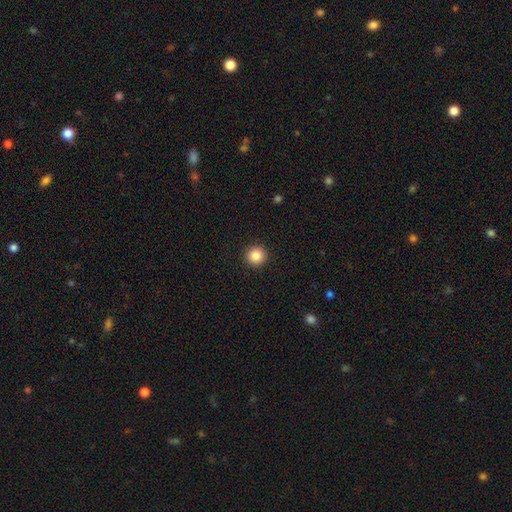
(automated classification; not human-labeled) This is clearly a smooth galaxy (86%). How rounded: clearly round (95%). Merging: clearly none (93%).